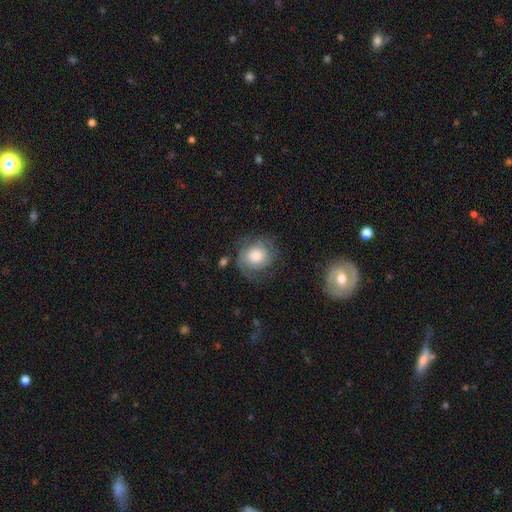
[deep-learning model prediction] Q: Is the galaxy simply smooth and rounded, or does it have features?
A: featured or disk — 57%.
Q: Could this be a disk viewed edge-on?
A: no — 97%.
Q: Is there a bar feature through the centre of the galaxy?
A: no — 79%.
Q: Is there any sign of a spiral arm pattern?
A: yes — 85%.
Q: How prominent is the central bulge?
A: large — 47%.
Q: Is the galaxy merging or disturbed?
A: none — 67%.